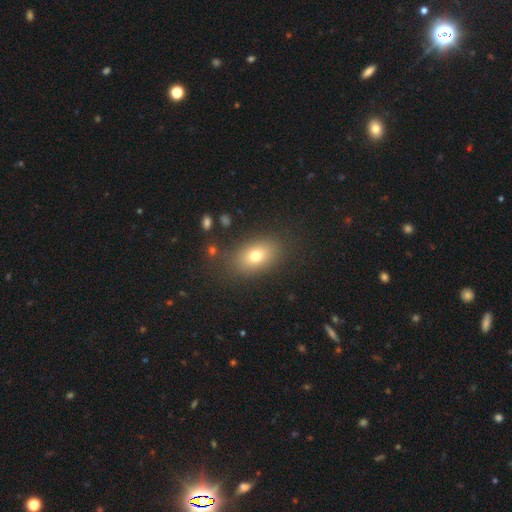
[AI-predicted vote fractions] A smooth galaxy with no disk features (73%) that is in between round and cigar-shaped (81%).

Vote fractions:
- Smooth or featured? smooth: 73% / featured or disk: 15% / star or artifact: 12%
- How rounded? in between: 81% / round: 17% / cigar-shaped: 2%
- Merging? none: 82% / minor disturbance: 11% / major disturbance: 5% / merger: 2%